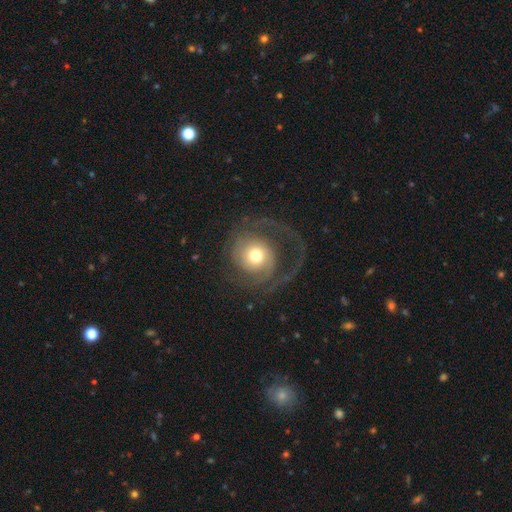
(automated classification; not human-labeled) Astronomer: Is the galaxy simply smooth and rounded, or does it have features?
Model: featured or disk — 73%.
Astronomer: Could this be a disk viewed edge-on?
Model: no — 97%.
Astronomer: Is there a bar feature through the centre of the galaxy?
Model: no — 77%.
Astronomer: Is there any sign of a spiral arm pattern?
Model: yes — 90%.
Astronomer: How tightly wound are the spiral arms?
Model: medium — 38% (runner-up: tight, 33%).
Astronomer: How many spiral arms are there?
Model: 1 — 41% (runner-up: 2, 39%).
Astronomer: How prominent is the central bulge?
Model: moderate — 62%.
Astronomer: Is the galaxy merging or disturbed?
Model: none — 56%.